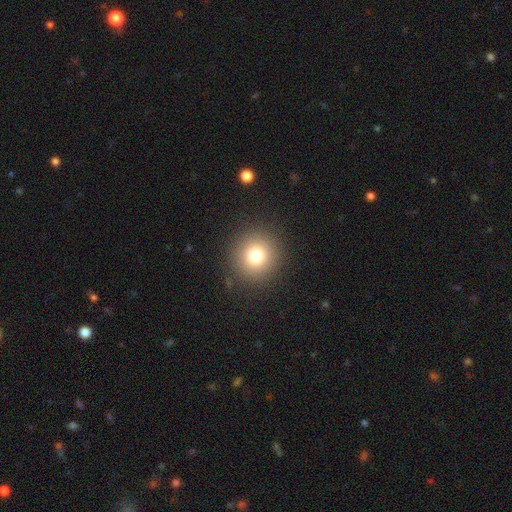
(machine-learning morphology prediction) smooth 77%, star or artifact 14%, featured or disk 9%. Down the decision tree: how rounded — round (95%); merging — none (90%).